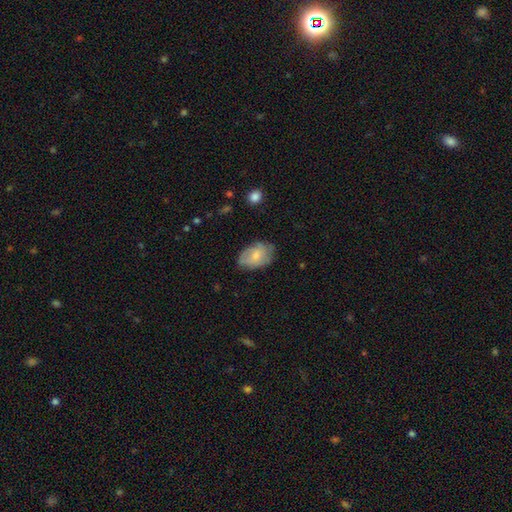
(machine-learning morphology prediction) Smooth or featured? Predicted: smooth (p=0.64). How rounded? Predicted: in between (p=0.85). Merging? Predicted: none (p=0.64).